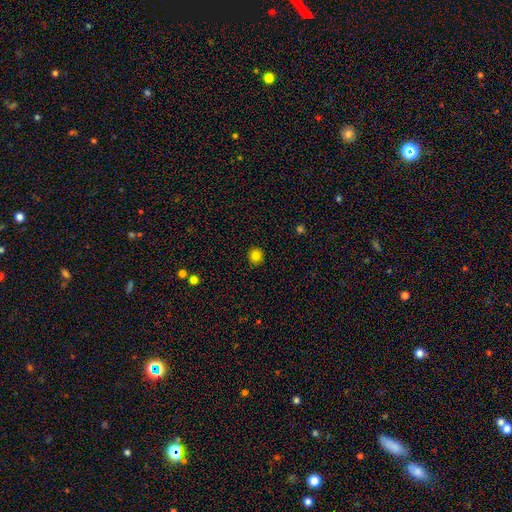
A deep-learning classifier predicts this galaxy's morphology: Overall: smooth (83%). How rounded: round (89%). Merging: none (91%).